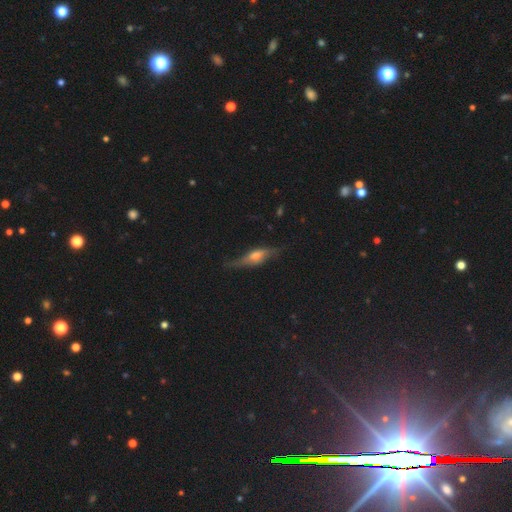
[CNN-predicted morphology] featured or disk 62%, smooth 30%, star or artifact 8%. Down the decision tree: edge-on disk — yes (77%); merging — none (67%).